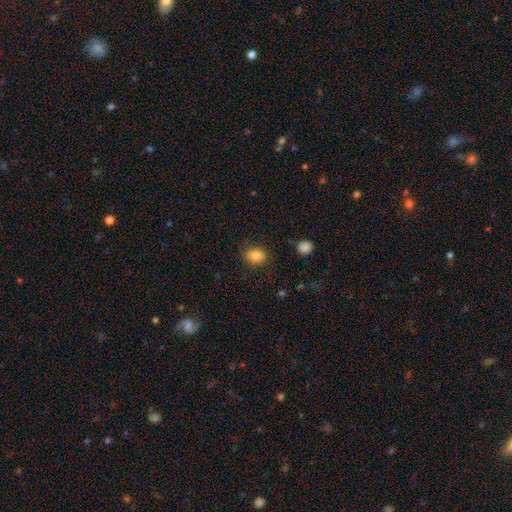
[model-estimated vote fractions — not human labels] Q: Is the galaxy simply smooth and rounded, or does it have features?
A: smooth — 84%.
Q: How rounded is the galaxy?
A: in between — 58%.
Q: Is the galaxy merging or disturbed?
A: none — 83%.